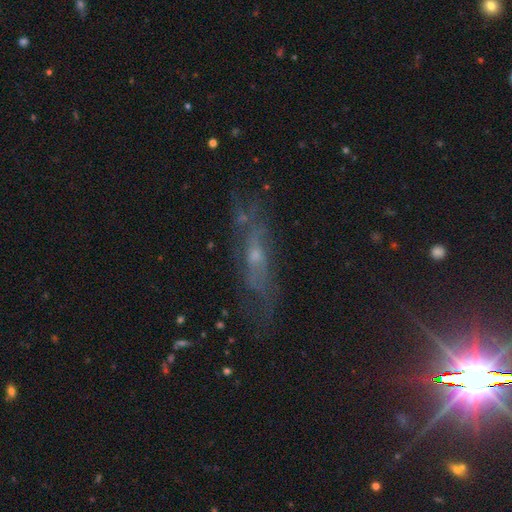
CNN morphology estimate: type=featured or disk (60%); edge-on=no (60%); merging=none (62%).